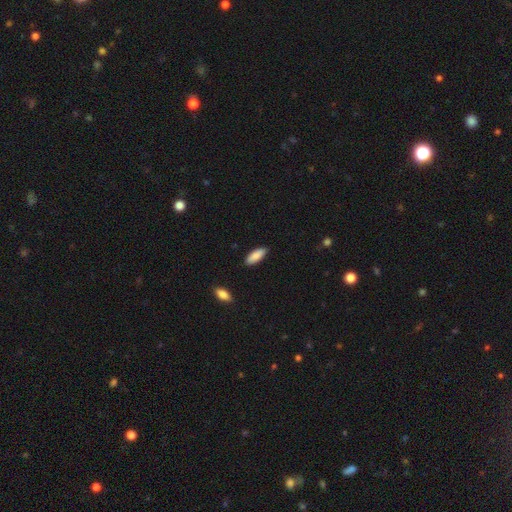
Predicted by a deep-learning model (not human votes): This appears to be a smooth galaxy with no disk features (88%) that is in between round and cigar-shaped (70%). Merging: none (87%).